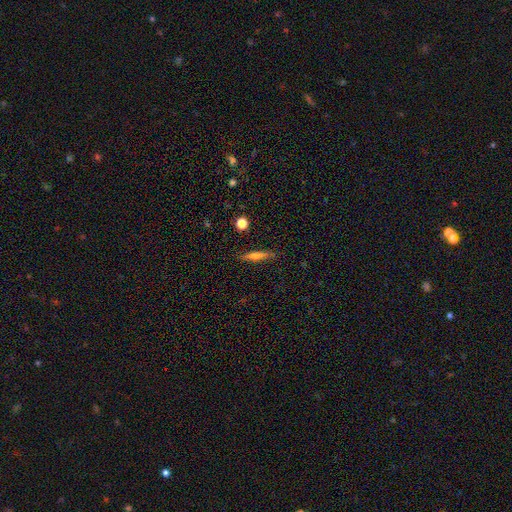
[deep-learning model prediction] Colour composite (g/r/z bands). It shows a smooth galaxy with no disk features (52%) that is cigar-shaped (88%). Merging: none (87%).